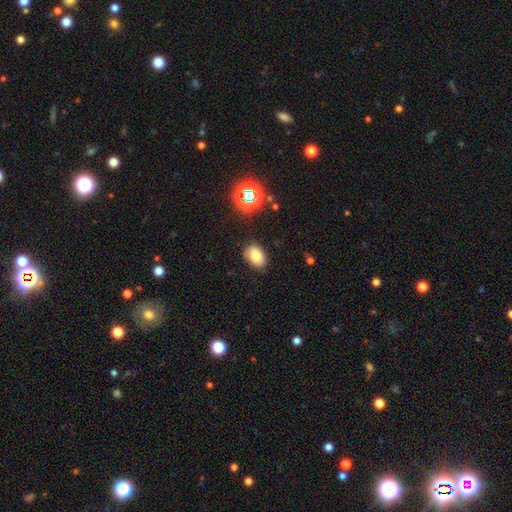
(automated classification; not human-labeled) Smooth or featured: smooth — 78% (star or artifact — 13%)
How rounded: in between — 83% (round — 15%)
Merging: none — 82% (minor disturbance — 13%)